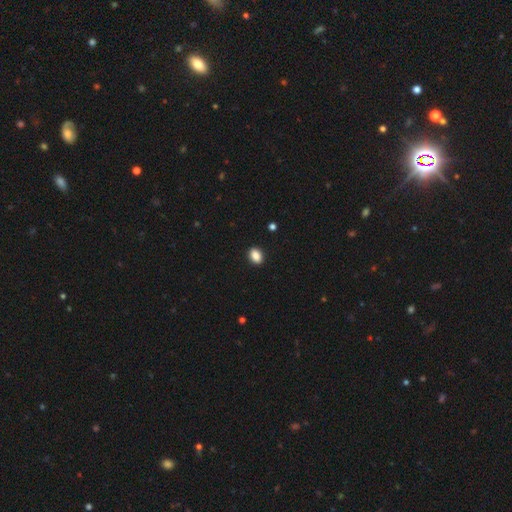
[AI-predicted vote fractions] smooth-or-featured: smooth: 88% | star or artifact: 9% | featured or disk: 4%
  how-rounded: in between: 76% | round: 23% | cigar-shaped: 1%
  merging: none: 91% | minor disturbance: 6% | major disturbance: 2% | merger: 1%